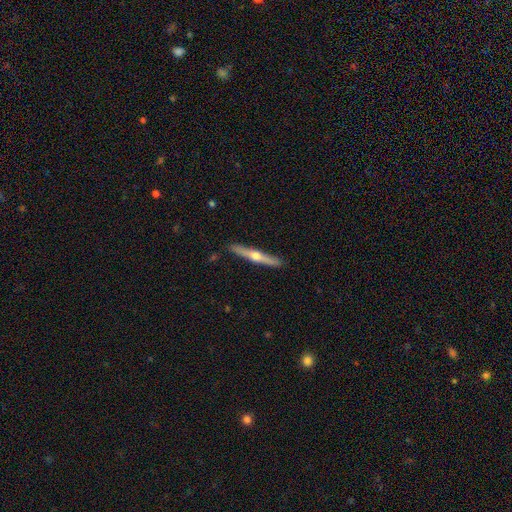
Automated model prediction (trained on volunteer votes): smooth-or-featured: featured or disk: 69% | smooth: 26% | star or artifact: 5%
  disk-edge-on: yes: 97% | no: 3%
    edge-on-bulge: rounded: 93% | none: 5% | boxy: 2%
  merging: none: 91% | minor disturbance: 6% | major disturbance: 1% | merger: 1%